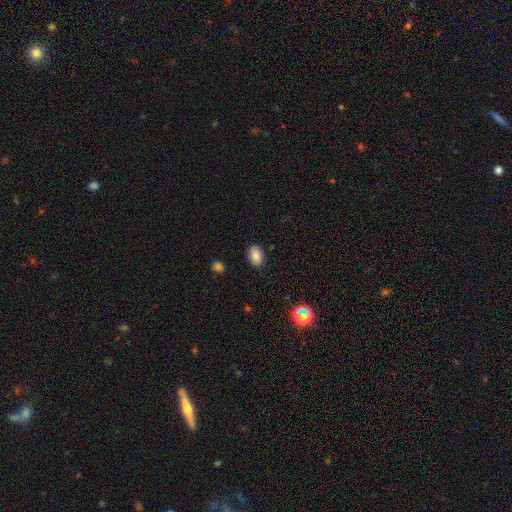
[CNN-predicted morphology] This is clearly a smooth galaxy (85%). How rounded: clearly in between (82%). Merging: clearly none (86%).